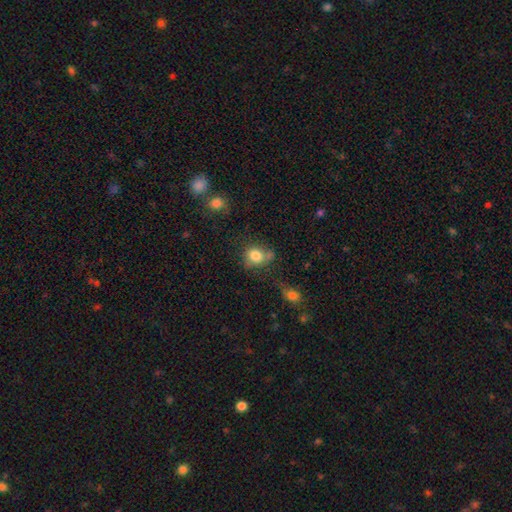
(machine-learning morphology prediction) The model was most divided on "merging": none: 55%, minor disturbance: 24%, merger: 13%, major disturbance: 9%. More confident: smooth or featured — smooth (82%); how rounded — round (70%).